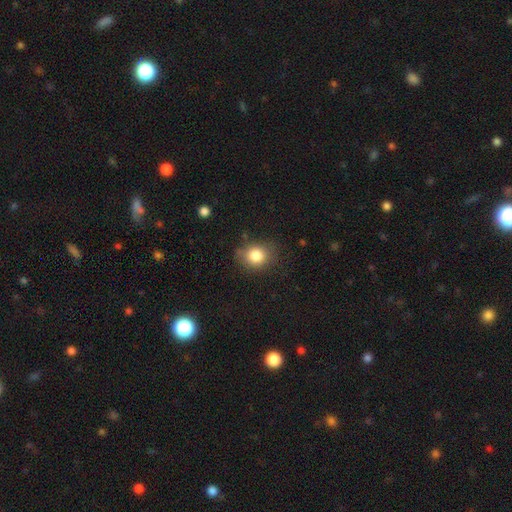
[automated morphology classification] Smooth or featured: smooth — 82% (star or artifact — 10%)
How rounded: round — 67% (in between — 32%)
Merging: none — 74% (minor disturbance — 18%)